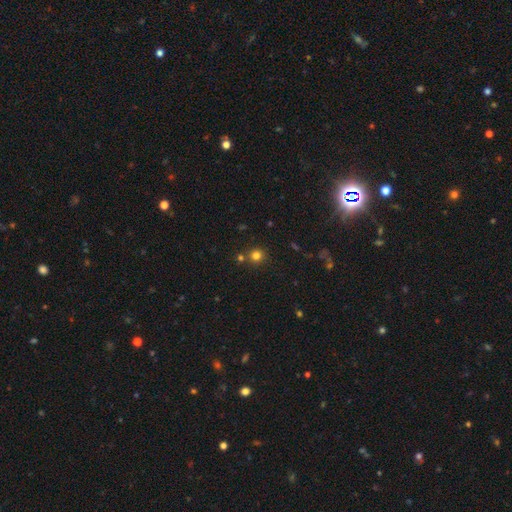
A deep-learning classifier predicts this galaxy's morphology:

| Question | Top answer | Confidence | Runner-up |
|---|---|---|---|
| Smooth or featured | smooth | 77% | star or artifact (17%) |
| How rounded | round | 91% | in between (8%) |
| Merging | none | 78% | merger (12%) |